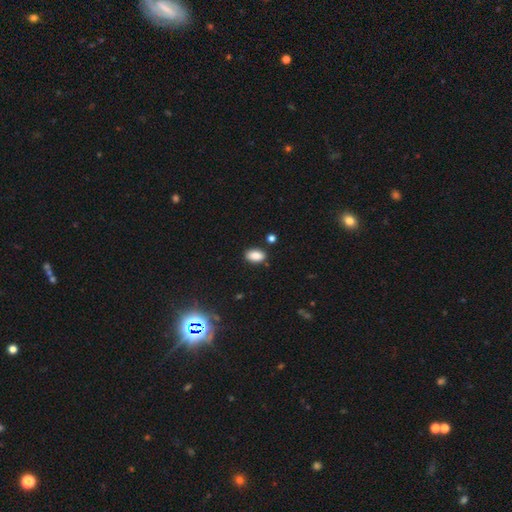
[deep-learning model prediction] Q: Smooth or featured?
A: smooth (87%); runner-up: star or artifact (9%)
Q: How rounded?
A: in between (90%); runner-up: round (7%)
Q: Merging?
A: none (84%); runner-up: minor disturbance (10%)